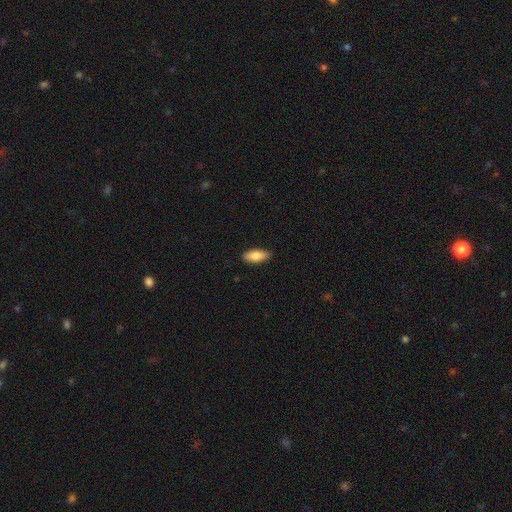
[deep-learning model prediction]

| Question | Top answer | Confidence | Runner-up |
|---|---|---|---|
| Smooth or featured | smooth | 83% | featured or disk (11%) |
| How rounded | in between | 80% | cigar-shaped (18%) |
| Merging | none | 86% | minor disturbance (11%) |